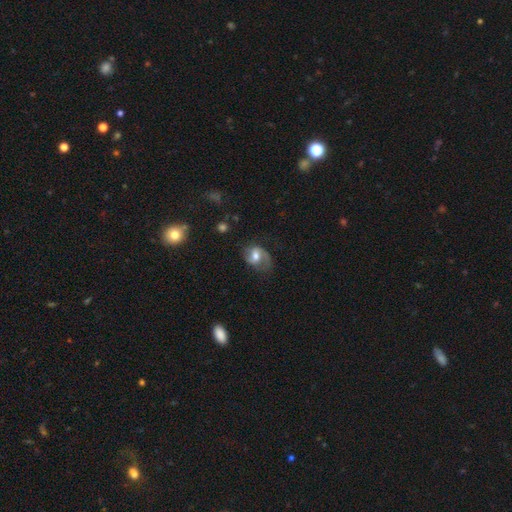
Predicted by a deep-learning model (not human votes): Q: Smooth or featured?
A: featured or disk (62%); runner-up: smooth (30%)
Q: Edge-on disk?
A: no (97%); runner-up: yes (3%)
Q: Bar?
A: weak (44%); runner-up: no (38%)
Q: Spiral arms?
A: yes (87%); runner-up: no (13%)
Q: Spiral winding?
A: loose (43%); runner-up: medium (42%)
Q: Spiral arm count?
A: 2 (72%); runner-up: 1 (18%)
Q: Bulge size?
A: moderate (67%); runner-up: small (17%)
Q: Merging?
A: none (55%); runner-up: minor disturbance (25%)